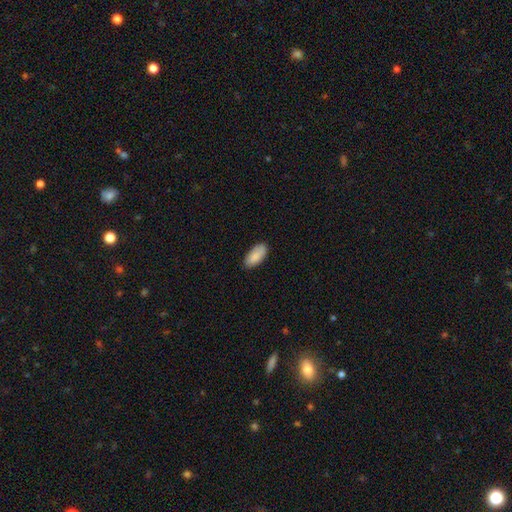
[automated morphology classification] A smooth galaxy with no disk features (89%) that is in between round and cigar-shaped (91%). Merging: none (85%).